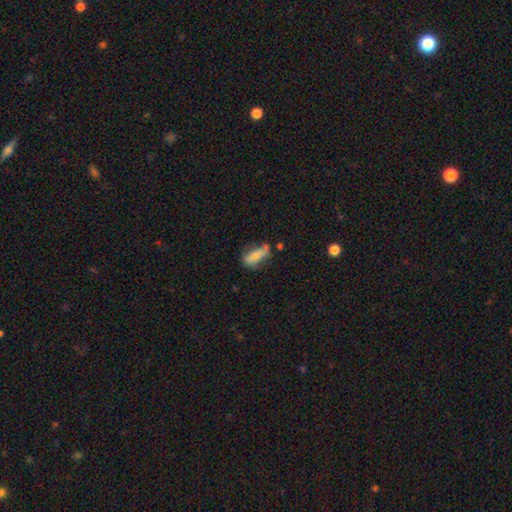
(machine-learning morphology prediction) A smooth galaxy with no disk features (68%) that is in between round and cigar-shaped (60%). Merging: none (47%).